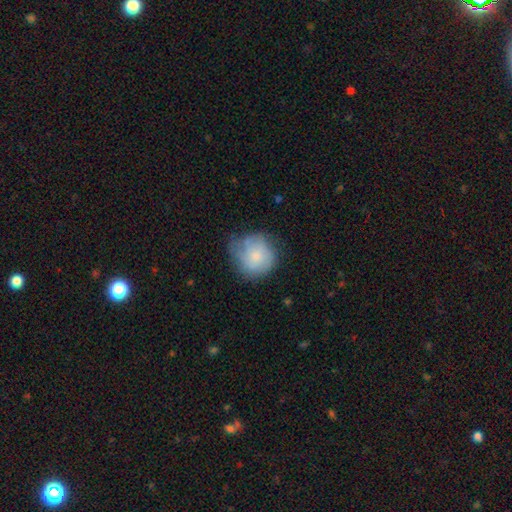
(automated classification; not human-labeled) A smooth galaxy with no disk features (69%) that is round (86%).

Vote fractions:
- Smooth or featured? smooth: 69% / featured or disk: 24% / star or artifact: 7%
- How rounded? round: 86% / in between: 13% / cigar-shaped: 1%
- Merging? none: 51% / minor disturbance: 34% / major disturbance: 13% / merger: 3%